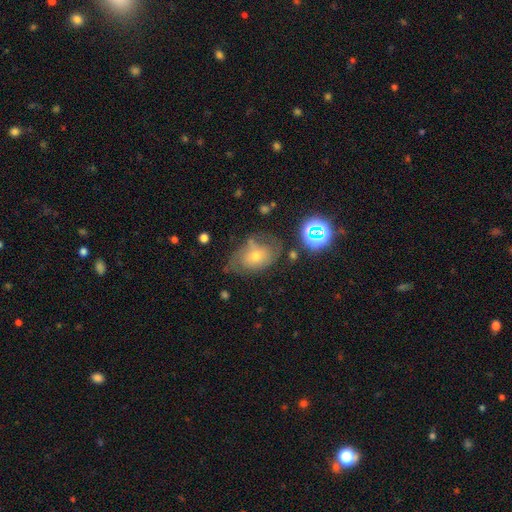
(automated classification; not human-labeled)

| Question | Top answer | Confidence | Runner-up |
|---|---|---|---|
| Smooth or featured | featured or disk | 42% | smooth (40%) |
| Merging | none | 43% | minor disturbance (32%) |